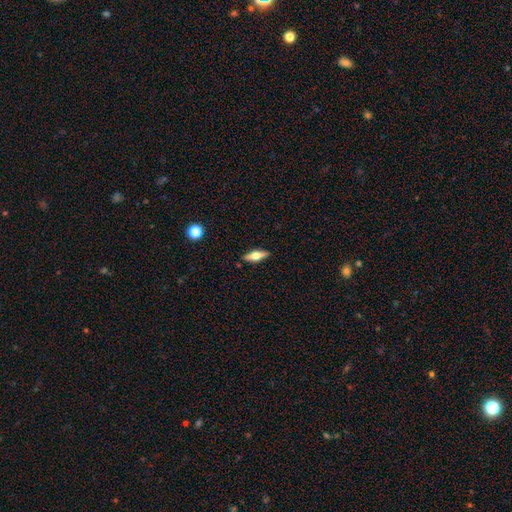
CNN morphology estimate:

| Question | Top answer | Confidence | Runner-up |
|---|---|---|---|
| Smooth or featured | featured or disk | 48% | smooth (45%) |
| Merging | none | 88% | minor disturbance (9%) |